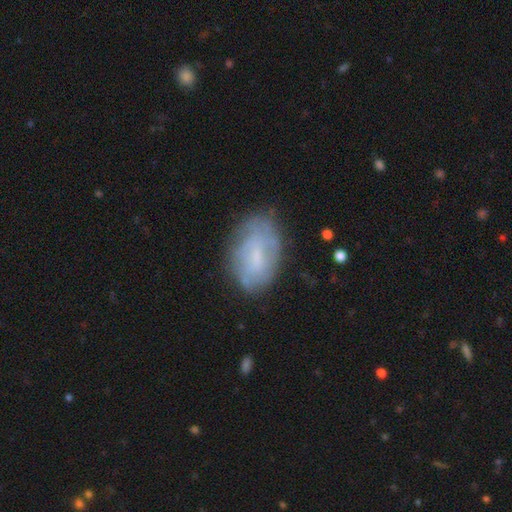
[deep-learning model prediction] This is possibly a smooth galaxy (48%). Merging: likely none (68%).